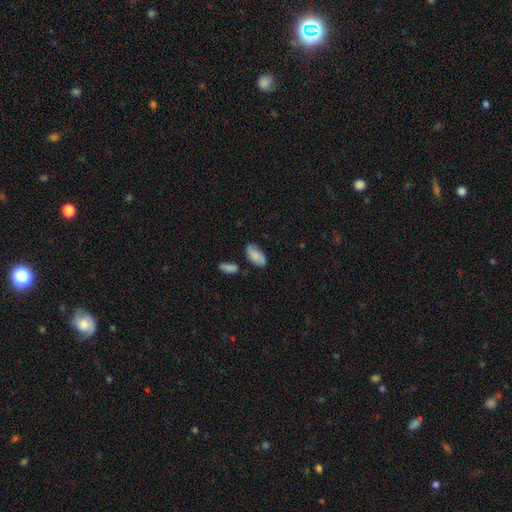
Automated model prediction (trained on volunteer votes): A smooth galaxy with no disk features (76%) that is in between round and cigar-shaped (93%). Merging: none (70%).